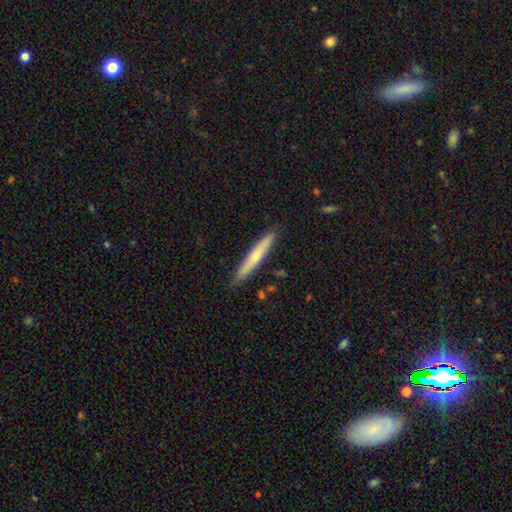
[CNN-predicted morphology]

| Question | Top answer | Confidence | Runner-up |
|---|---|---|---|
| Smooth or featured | smooth | 51% | featured or disk (43%) |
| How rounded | cigar-shaped | 94% | in between (5%) |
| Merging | none | 88% | minor disturbance (9%) |